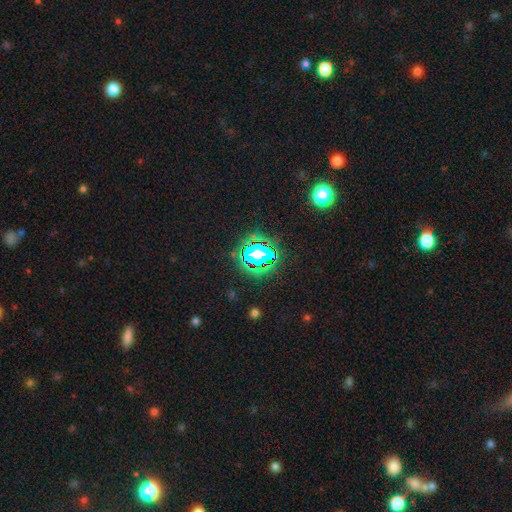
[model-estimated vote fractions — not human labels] smooth_or_featured: star or artifact (p=0.79) [alt: smooth p=0.13]